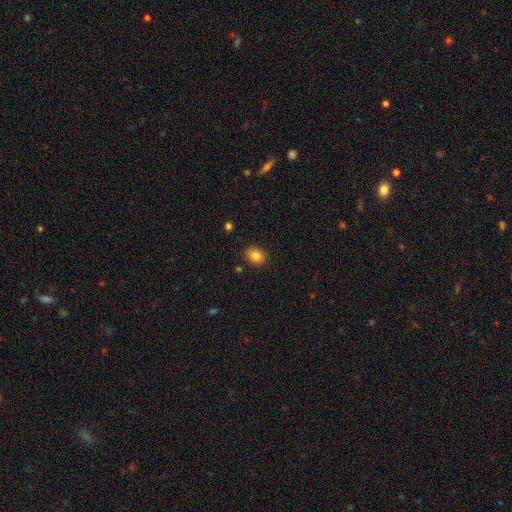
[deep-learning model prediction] The model was most divided on "how rounded": round: 51%, in between: 48%, cigar-shaped: 1%. More confident: merging — none (87%); smooth or featured — smooth (83%).